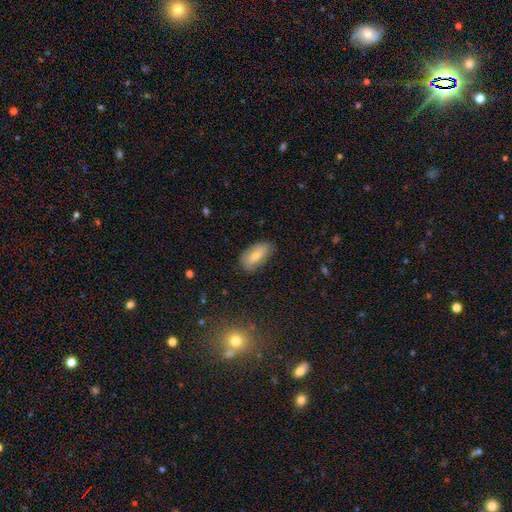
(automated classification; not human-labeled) Smooth or featured: smooth — 61% (featured or disk — 29%)
How rounded: in between — 88% (cigar-shaped — 8%)
Merging: none — 75% (minor disturbance — 20%)